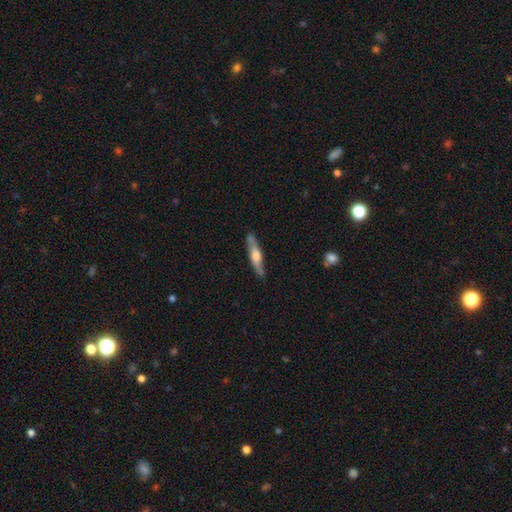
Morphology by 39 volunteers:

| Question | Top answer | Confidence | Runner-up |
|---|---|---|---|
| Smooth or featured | featured or disk | 69% | smooth (28%) |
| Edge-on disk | yes | 100% | — |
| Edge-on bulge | rounded | 85% | boxy (7%) |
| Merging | none | 79% | minor disturbance (18%) |